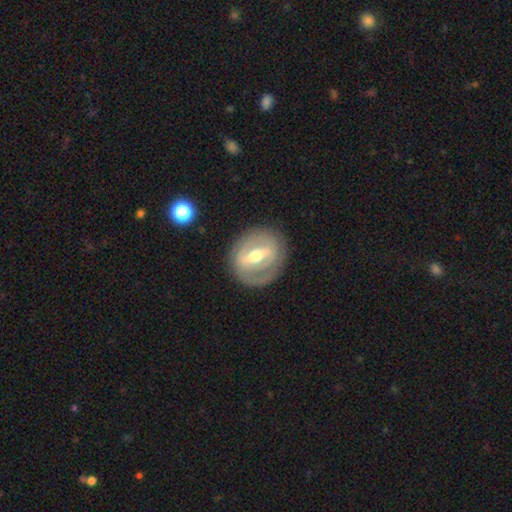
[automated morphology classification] smooth-or-featured: featured or disk: 73% | smooth: 21% | star or artifact: 6%
  disk-edge-on: no: 91% | yes: 9%
    bar: strong: 64% | weak: 27% | no: 9%
    has-spiral-arms: no: 51% | yes: 49%
    bulge-size: moderate: 72% | small: 18% | large: 8% | dominant: 1% | none: 1%
  merging: none: 81% | minor disturbance: 12% | major disturbance: 5% | merger: 1%